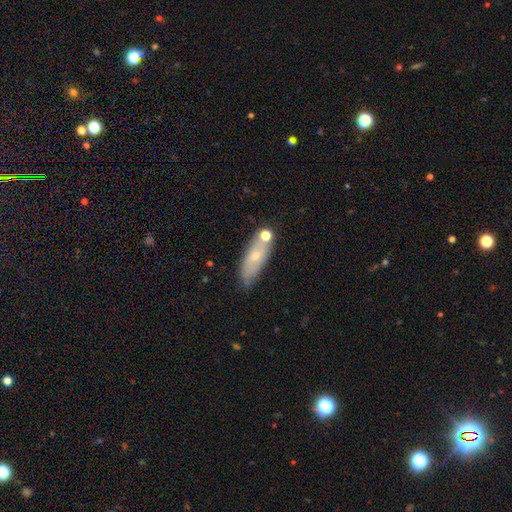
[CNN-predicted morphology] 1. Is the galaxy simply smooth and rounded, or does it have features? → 54% smooth, 37% featured or disk, 9% star or artifact.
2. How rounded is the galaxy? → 59% in between, 38% cigar-shaped, 4% round.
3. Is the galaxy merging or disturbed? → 59% none, 22% minor disturbance, 13% merger, 6% major disturbance.